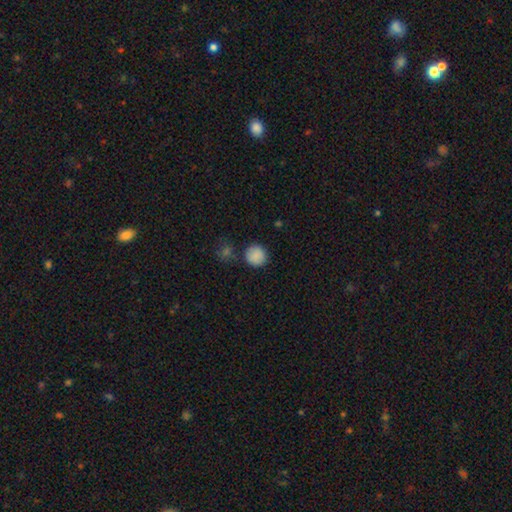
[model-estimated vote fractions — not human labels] This is clearly a smooth galaxy (87%). How rounded: clearly round (91%). Merging: likely none (79%).